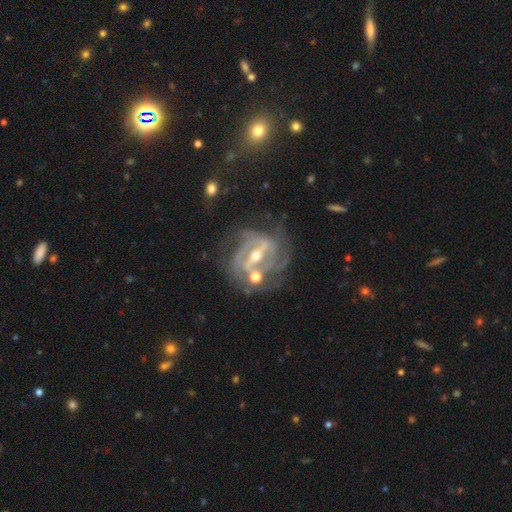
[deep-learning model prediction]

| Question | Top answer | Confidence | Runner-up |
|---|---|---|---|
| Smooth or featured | featured or disk | 90% | star or artifact (6%) |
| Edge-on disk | no | 95% | yes (5%) |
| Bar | strong | 67% | weak (24%) |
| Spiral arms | yes | 95% | no (5%) |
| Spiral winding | tight | 54% | medium (36%) |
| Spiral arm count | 3 | 29% | 2 (26%) |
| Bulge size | moderate | 52% | small (44%) |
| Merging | none | 58% | minor disturbance (18%) |